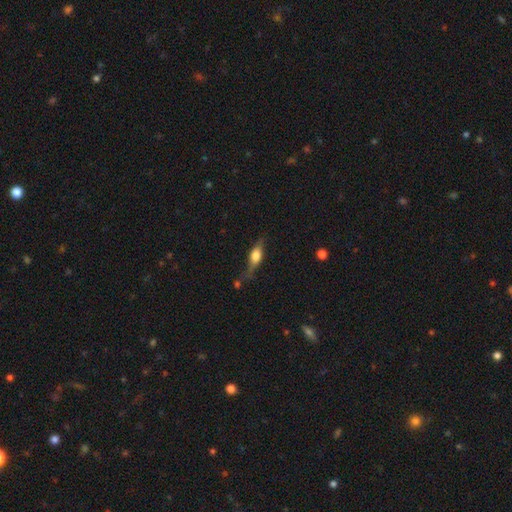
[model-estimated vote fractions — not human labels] Smooth or featured? Predicted: featured or disk (p=0.49). Merging? Predicted: none (p=0.55).